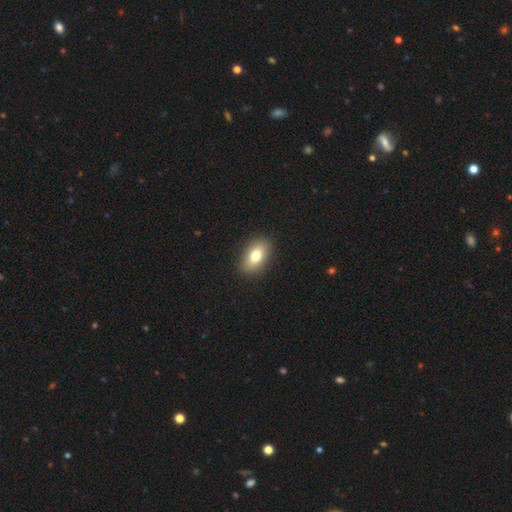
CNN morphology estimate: The model was most divided on "smooth or featured": smooth: 77%, featured or disk: 15%, star or artifact: 8%. More confident: merging — none (89%); how rounded — in between (89%).